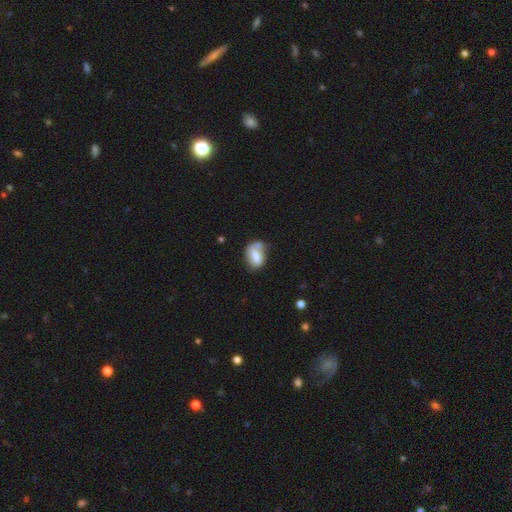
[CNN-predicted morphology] type=smooth (66%); roundness=in between (78%); merging=none (39%).